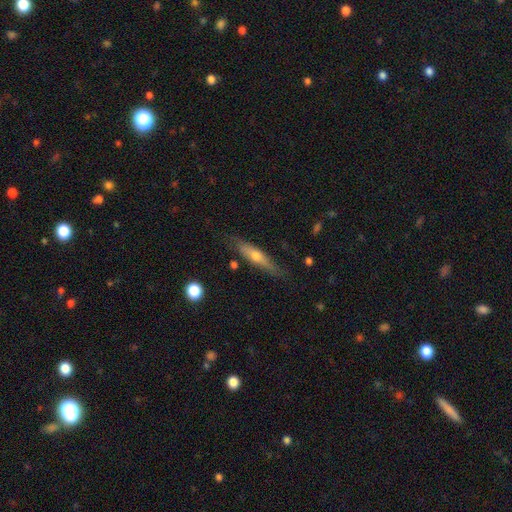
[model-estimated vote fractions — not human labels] This is possibly a featured or disk galaxy (51%). It is clearly viewed edge-on (85%). Merging: likely none (75%).